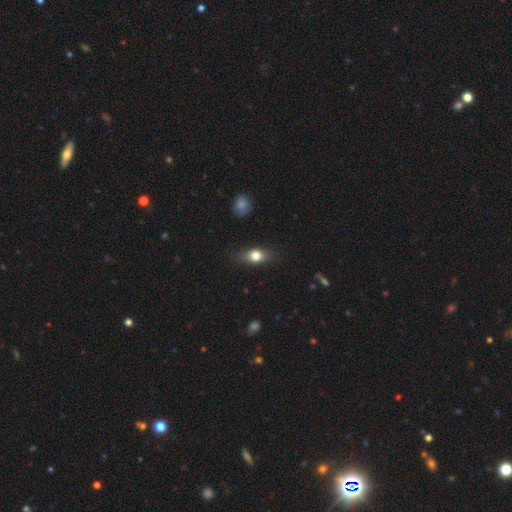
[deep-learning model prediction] smooth-or-featured: smooth: 75% | featured or disk: 17% | star or artifact: 8%
  how-rounded: in between: 70% | round: 22% | cigar-shaped: 9%
  merging: none: 79% | minor disturbance: 16% | major disturbance: 4% | merger: 1%